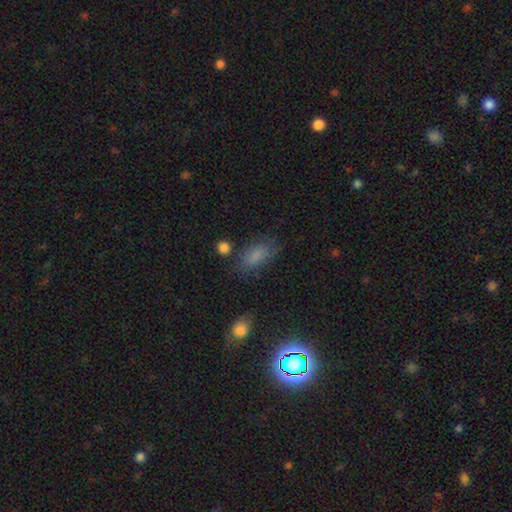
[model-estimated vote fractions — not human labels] The model was most divided on "merging": none: 65%, minor disturbance: 22%, major disturbance: 9%, merger: 4%. More confident: how rounded — in between (88%); smooth or featured — smooth (75%).